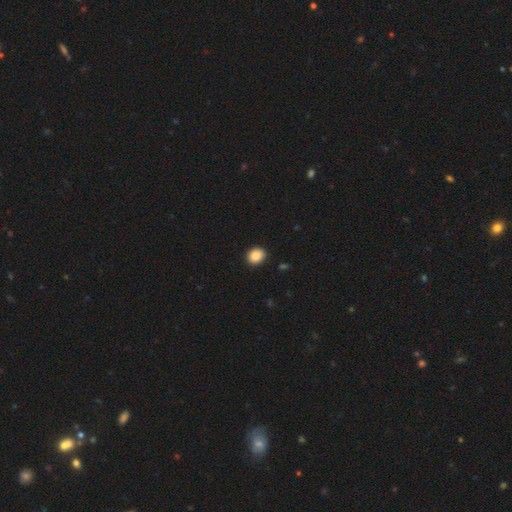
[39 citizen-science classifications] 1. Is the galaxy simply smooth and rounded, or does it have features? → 82% smooth, 10% star or artifact, 8% featured or disk.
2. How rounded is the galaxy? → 75% round, 25% in between, 0% cigar-shaped.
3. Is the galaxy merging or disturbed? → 94% none, 3% minor disturbance, 3% major disturbance, 0% merger.